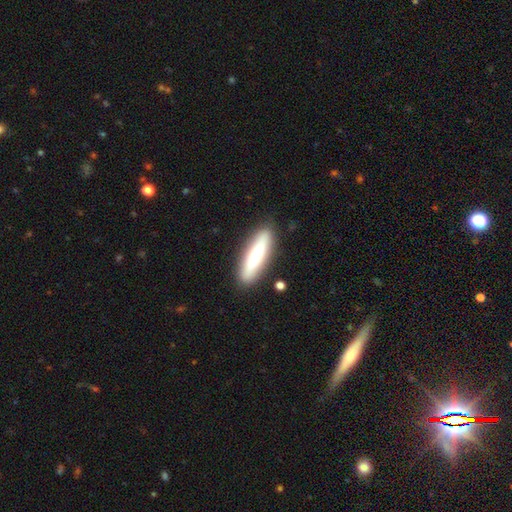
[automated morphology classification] The model was most divided on "smooth or featured": smooth: 60%, featured or disk: 34%, star or artifact: 6%. More confident: merging — none (87%); how rounded — cigar-shaped (73%).